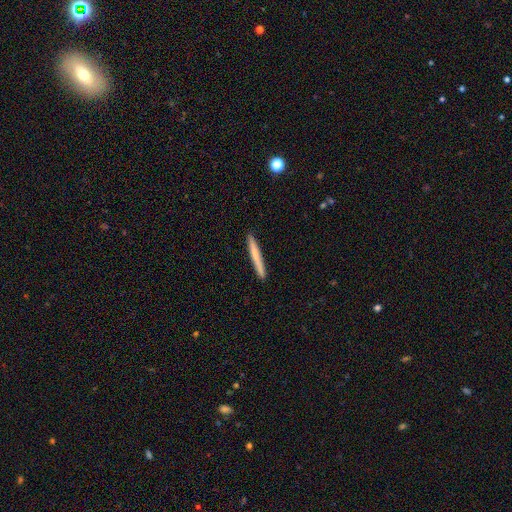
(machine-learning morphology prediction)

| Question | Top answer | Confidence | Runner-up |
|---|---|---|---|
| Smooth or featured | smooth | 64% | featured or disk (30%) |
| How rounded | cigar-shaped | 97% | in between (2%) |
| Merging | none | 92% | minor disturbance (6%) |